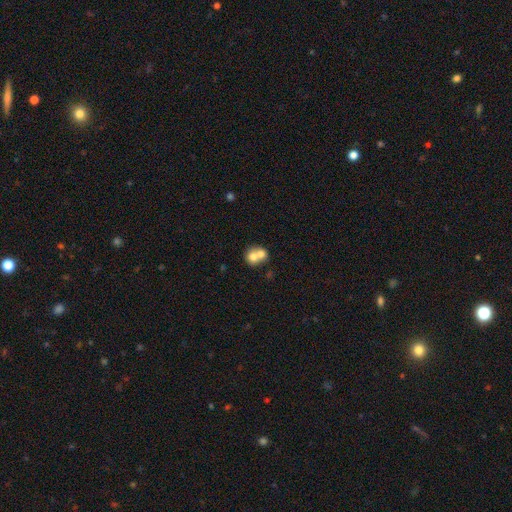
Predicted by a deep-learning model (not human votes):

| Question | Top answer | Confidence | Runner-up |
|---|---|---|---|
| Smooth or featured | smooth | 67% | featured or disk (24%) |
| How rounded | round | 74% | in between (26%) |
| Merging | merger | 66% | none (26%) |